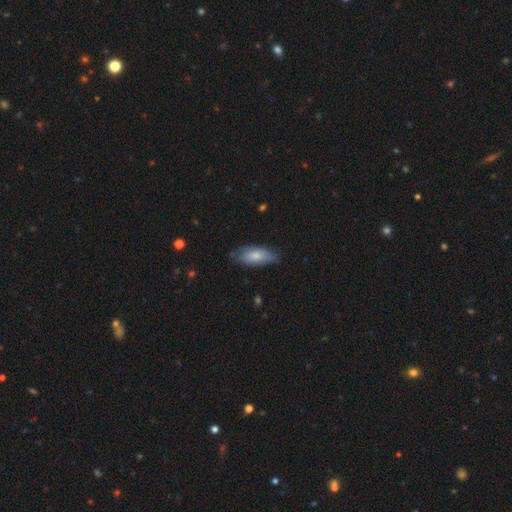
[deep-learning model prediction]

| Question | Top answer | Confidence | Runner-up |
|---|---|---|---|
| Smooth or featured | smooth | 75% | featured or disk (19%) |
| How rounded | in between | 79% | cigar-shaped (19%) |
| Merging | none | 69% | minor disturbance (25%) |